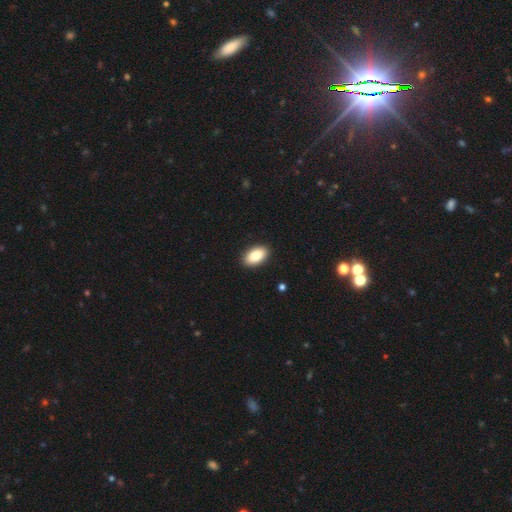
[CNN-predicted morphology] Smooth or featured? smooth (86%)
How rounded? in between (94%)
Merging? none (91%)